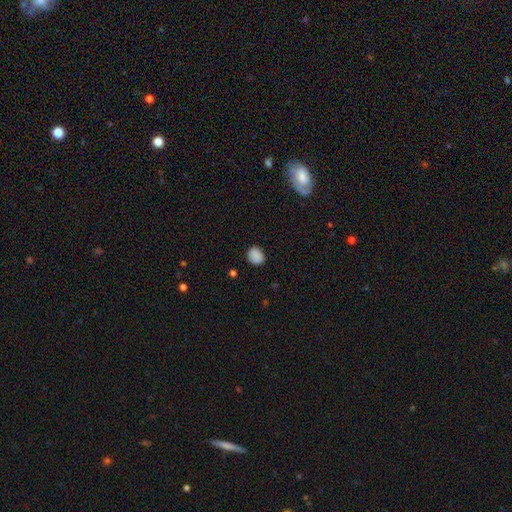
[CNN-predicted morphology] Smooth or featured: smooth — 85% (star or artifact — 10%)
How rounded: round — 69% (in between — 30%)
Merging: none — 82% (minor disturbance — 14%)